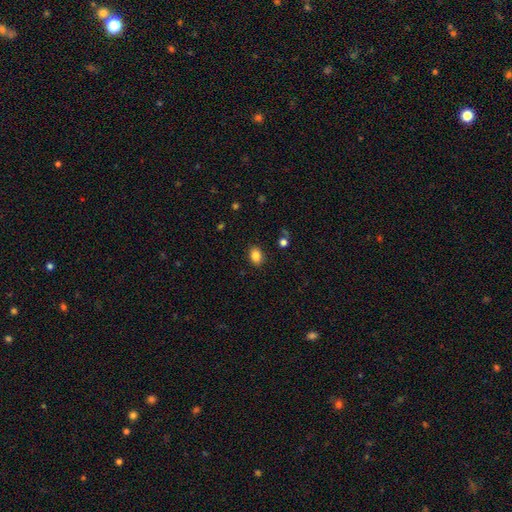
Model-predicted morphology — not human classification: smooth-or-featured: smooth: 85% | star or artifact: 9% | featured or disk: 6%
  how-rounded: in between: 71% | round: 28% | cigar-shaped: 1%
  merging: none: 87% | minor disturbance: 9% | major disturbance: 2% | merger: 2%